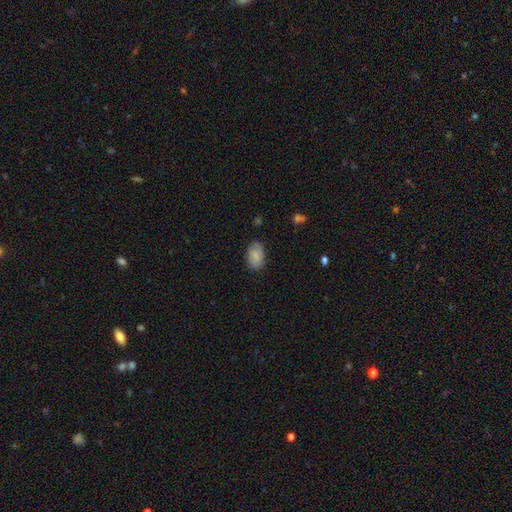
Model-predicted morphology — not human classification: Smooth or featured: smooth — 79% (featured or disk — 14%)
How rounded: in between — 91% (round — 8%)
Merging: none — 81% (minor disturbance — 15%)